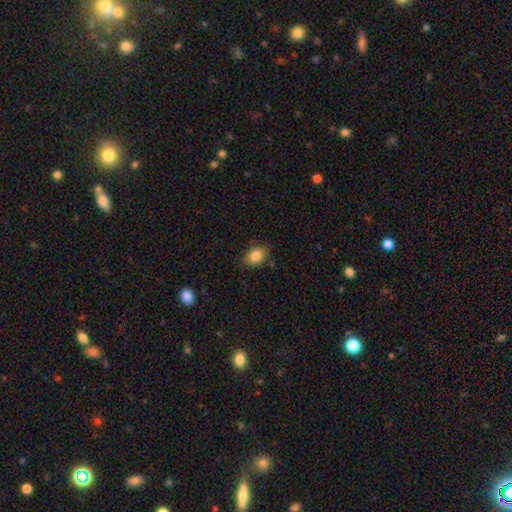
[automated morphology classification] smooth_or_featured: smooth (p=0.85) [alt: star or artifact p=0.09]
how_rounded: in between (p=0.70) [alt: round p=0.29]
merging: none (p=0.80) [alt: minor disturbance p=0.16]